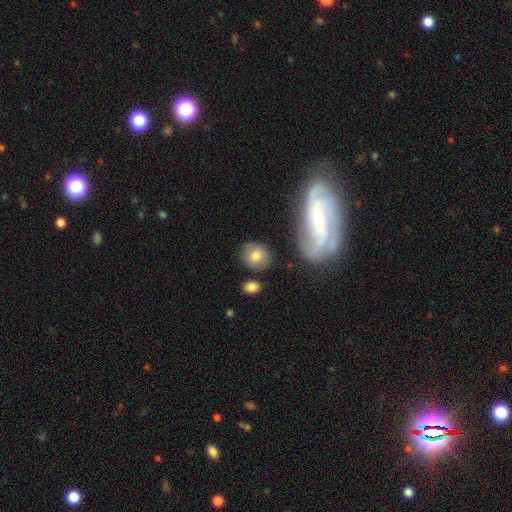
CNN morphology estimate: type=smooth (76%); roundness=round (64%); merging=none (79%).